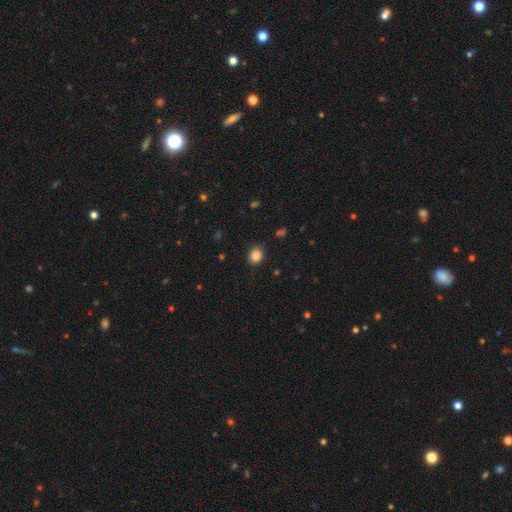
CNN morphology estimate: Smooth or featured? smooth (85%)
How rounded? round (67%)
Merging? none (85%)